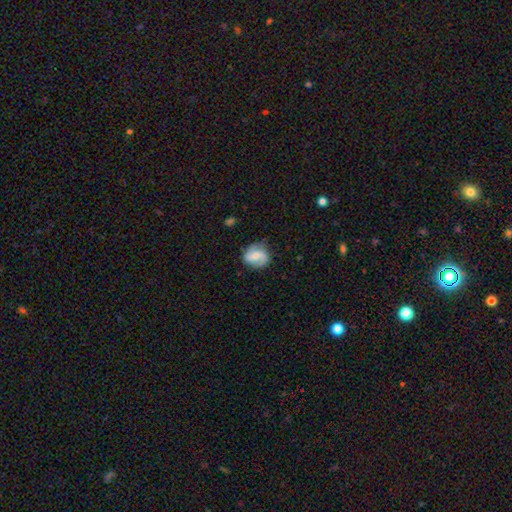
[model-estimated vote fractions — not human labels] Smooth or featured: featured or disk — 57% (smooth — 36%)
Edge-on disk: no — 97% (yes — 3%)
Bar: weak — 43% (no — 37%)
Spiral arms: yes — 85% (no — 15%)
Bulge size: moderate — 49% (small — 43%)
Merging: none — 72% (minor disturbance — 21%)